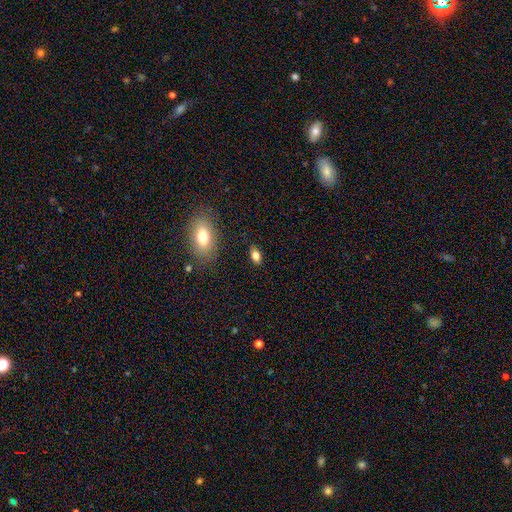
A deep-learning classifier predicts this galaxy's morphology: Smooth or featured?
  - smooth: 80% *
  - star or artifact: 10%
  - featured or disk: 10%
How rounded?
  - in between: 87% *
  - round: 10%
  - cigar-shaped: 4%
Merging?
  - none: 85% *
  - minor disturbance: 11%
  - major disturbance: 3%
  - merger: 2%